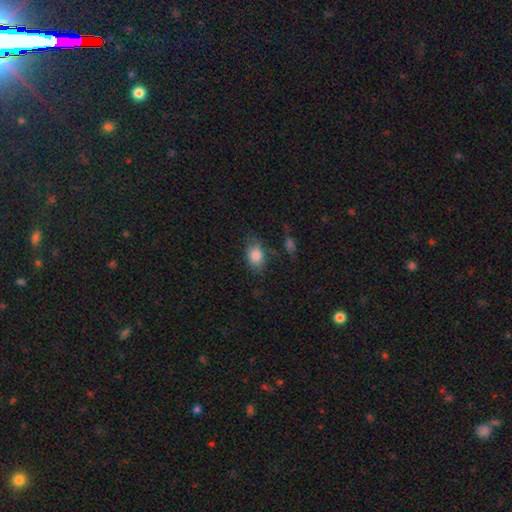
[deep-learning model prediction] Overall: smooth (83%). How rounded: in between (81%). Merging: none (67%).